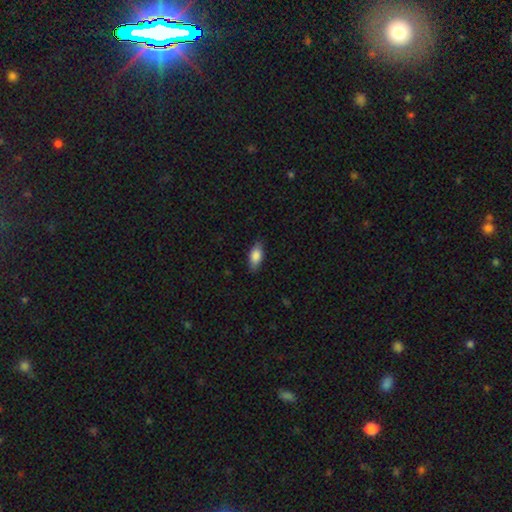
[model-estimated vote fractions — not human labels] Overall: smooth (83%). How rounded: in between (86%). Merging: none (84%).